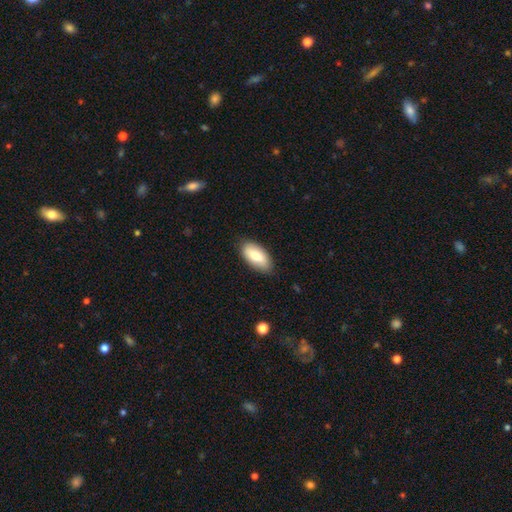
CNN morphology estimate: type=smooth (78%); roundness=in between (92%); merging=none (85%).